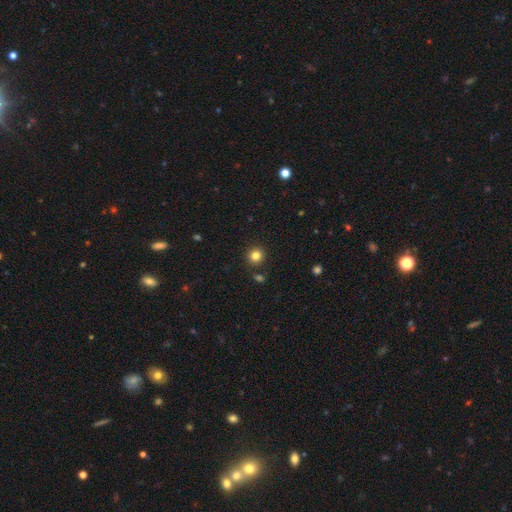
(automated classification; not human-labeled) Morphology: type=smooth (82%); roundness=round (91%); merging=none (87%).